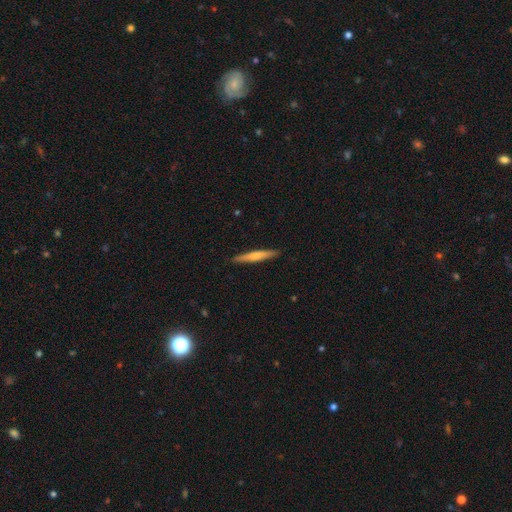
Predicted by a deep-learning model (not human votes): A smooth galaxy with no disk features (52%) that is cigar-shaped (94%).

Vote fractions:
- Smooth or featured? smooth: 52% / featured or disk: 43% / star or artifact: 5%
- How rounded? cigar-shaped: 94% / in between: 4% / round: 1%
- Merging? none: 91% / minor disturbance: 7% / major disturbance: 1% / merger: 1%